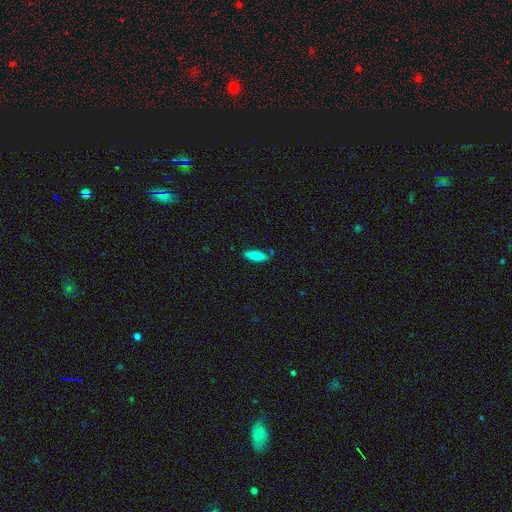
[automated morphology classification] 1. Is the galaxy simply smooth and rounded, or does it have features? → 78% smooth, 15% featured or disk, 7% star or artifact.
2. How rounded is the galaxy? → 56% cigar-shaped, 43% in between, 2% round.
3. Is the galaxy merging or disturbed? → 78% none, 14% minor disturbance, 5% merger, 3% major disturbance.